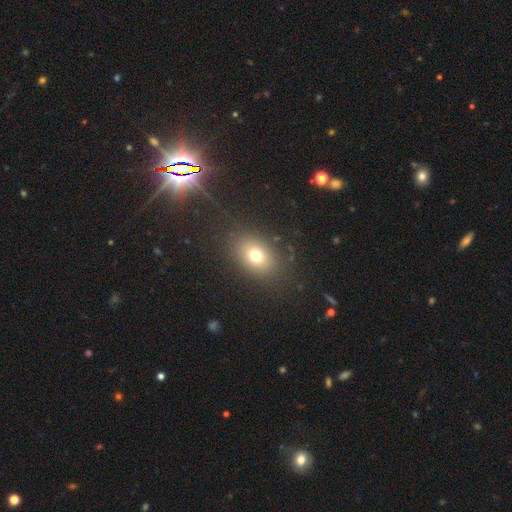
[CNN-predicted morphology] Q: Smooth or featured?
A: smooth (74%); runner-up: star or artifact (14%)
Q: How rounded?
A: in between (67%); runner-up: round (32%)
Q: Merging?
A: none (83%); runner-up: minor disturbance (10%)